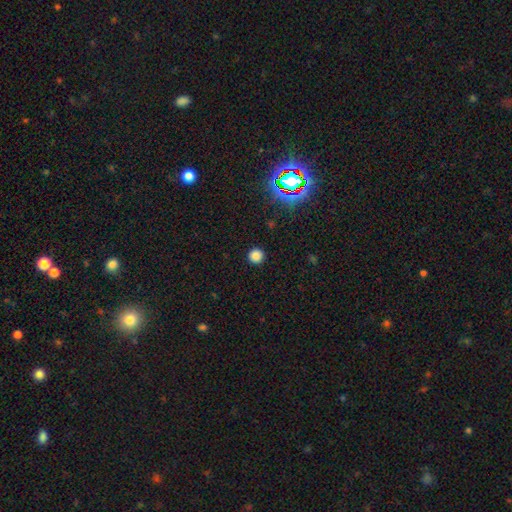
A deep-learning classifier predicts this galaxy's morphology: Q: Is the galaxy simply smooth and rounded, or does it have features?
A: smooth — 83%.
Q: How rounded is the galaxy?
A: round — 96%.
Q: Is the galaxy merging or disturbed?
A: none — 93%.